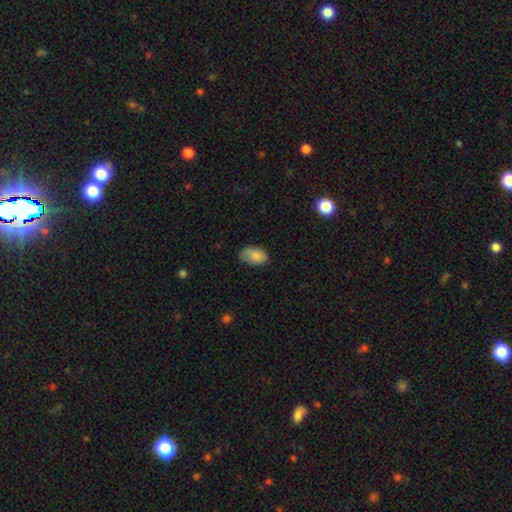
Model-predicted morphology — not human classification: Smooth or featured: smooth — 83% (featured or disk — 9%)
How rounded: in between — 90% (round — 8%)
Merging: none — 66% (minor disturbance — 27%)